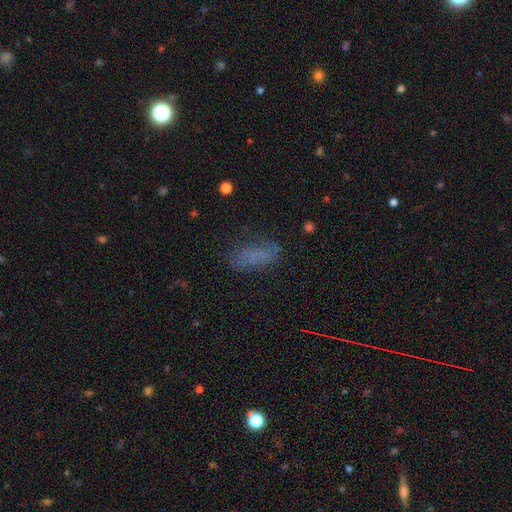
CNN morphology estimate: smooth-or-featured: smooth: 63% | featured or disk: 21% | star or artifact: 16%
  how-rounded: in between: 79% | cigar-shaped: 18% | round: 4%
  merging: none: 64% | minor disturbance: 21% | major disturbance: 12% | merger: 2%